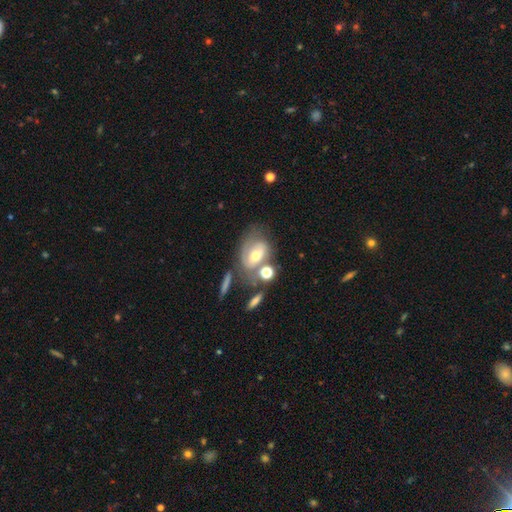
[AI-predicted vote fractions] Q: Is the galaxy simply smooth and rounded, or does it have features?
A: featured or disk — 54%.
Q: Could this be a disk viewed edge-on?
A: no — 93%.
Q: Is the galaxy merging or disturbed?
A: none — 39%.